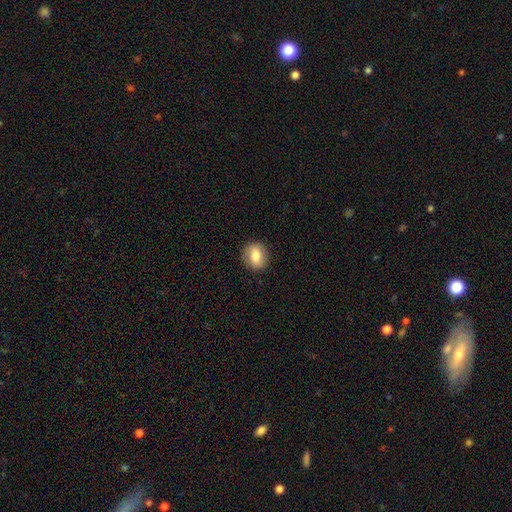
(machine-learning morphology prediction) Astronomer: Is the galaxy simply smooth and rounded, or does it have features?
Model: smooth — 76%.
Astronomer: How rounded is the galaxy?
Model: round — 70%.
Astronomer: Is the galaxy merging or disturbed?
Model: none — 88%.